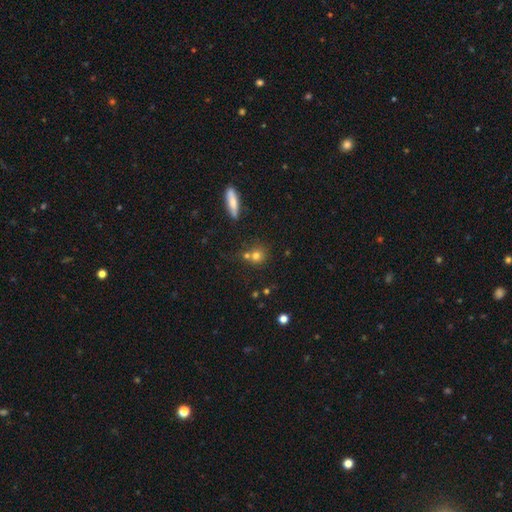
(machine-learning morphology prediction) Q: Smooth or featured?
A: smooth (72%); runner-up: star or artifact (16%)
Q: How rounded?
A: round (85%); runner-up: in between (12%)
Q: Merging?
A: none (59%); runner-up: merger (28%)